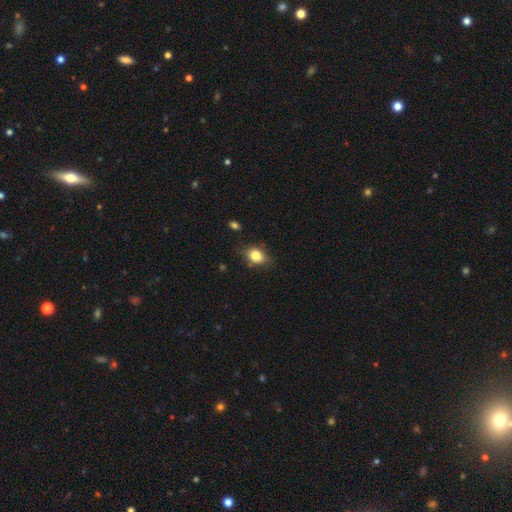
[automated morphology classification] smooth-or-featured: smooth: 82% | featured or disk: 9% | star or artifact: 9%
  how-rounded: in between: 66% | round: 33% | cigar-shaped: 1%
  merging: none: 71% | minor disturbance: 21% | major disturbance: 5% | merger: 2%